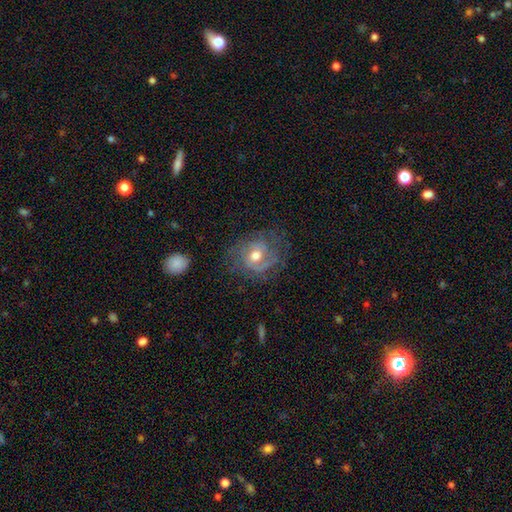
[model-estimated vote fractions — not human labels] A featured or disk galaxy (69%) with no bar (64%), 2 (37%) tight (47%) spiral arms (81%) and a moderate central bulge (74%). Merging: none (62%).